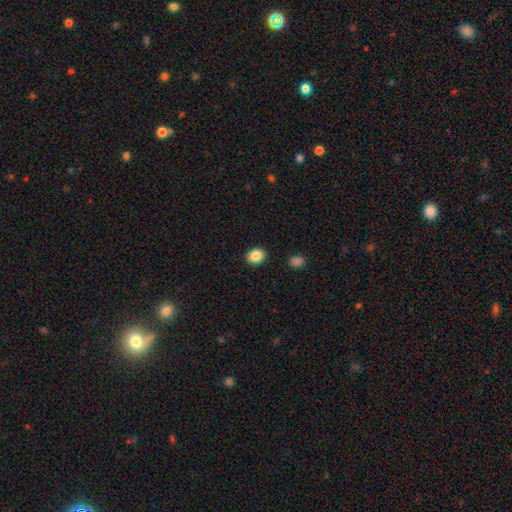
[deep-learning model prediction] Smooth or featured? Predicted: smooth (p=0.87). How rounded? Predicted: round (p=0.56). Merging? Predicted: none (p=0.90).